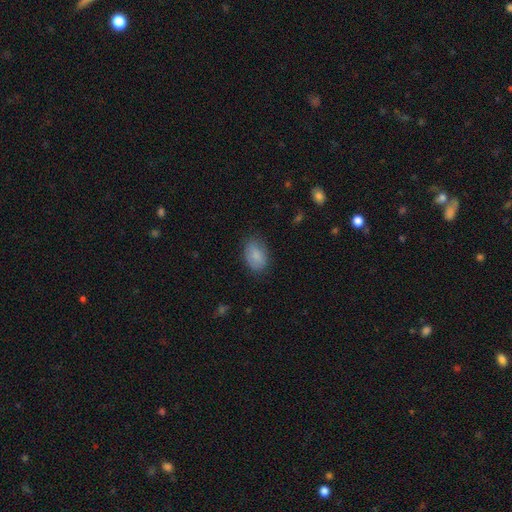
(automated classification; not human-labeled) A smooth galaxy with no disk features (84%) that is in between round and cigar-shaped (88%).

Vote fractions:
- Smooth or featured? smooth: 84% / featured or disk: 9% / star or artifact: 7%
- How rounded? in between: 88% / round: 11% / cigar-shaped: 1%
- Merging? none: 77% / minor disturbance: 18% / major disturbance: 4% / merger: 1%